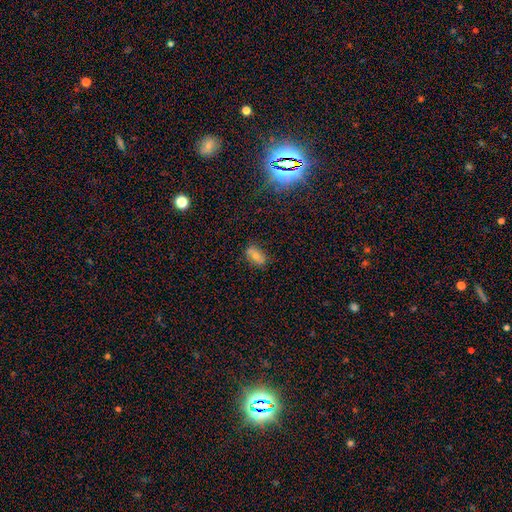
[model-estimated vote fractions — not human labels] smooth_or_featured: smooth (p=0.72) [alt: featured or disk p=0.18]
how_rounded: in between (p=0.90) [alt: round p=0.06]
merging: none (p=0.74) [alt: minor disturbance p=0.19]